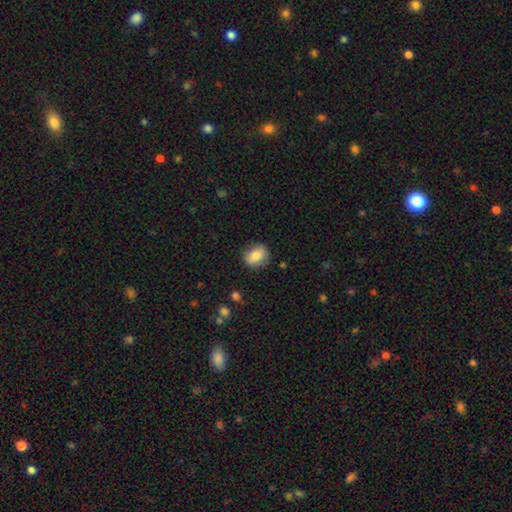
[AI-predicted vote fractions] A smooth galaxy with no disk features (82%) that is round (50%).

Vote fractions:
- Smooth or featured? smooth: 82% / featured or disk: 10% / star or artifact: 8%
- How rounded? round: 50% / in between: 49% / cigar-shaped: 1%
- Merging? none: 83% / minor disturbance: 12% / major disturbance: 3% / merger: 1%